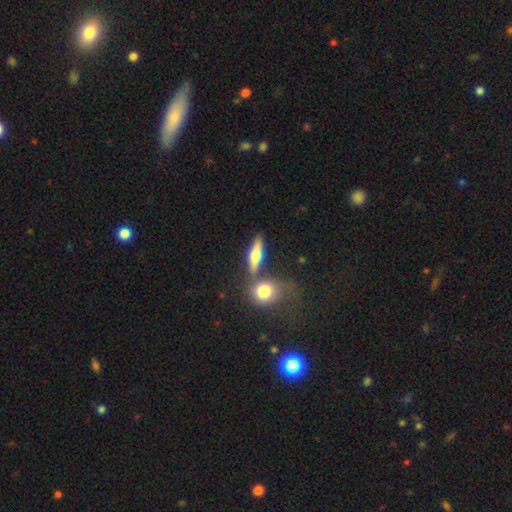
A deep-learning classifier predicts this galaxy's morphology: Q: Smooth or featured?
A: smooth (49%); runner-up: featured or disk (43%)
Q: Merging?
A: none (65%); runner-up: merger (19%)